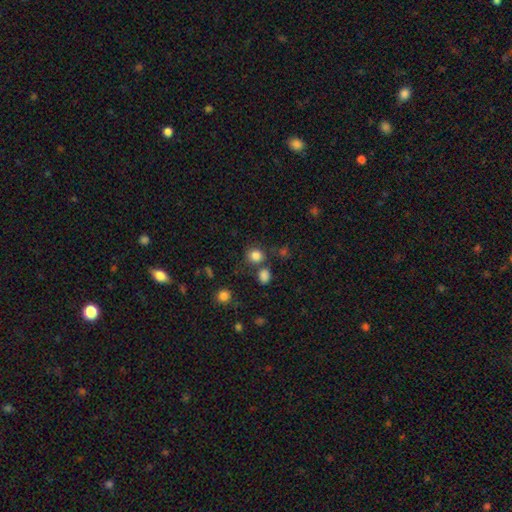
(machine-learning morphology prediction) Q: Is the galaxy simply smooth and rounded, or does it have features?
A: smooth — 82%.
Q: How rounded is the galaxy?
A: round — 80%.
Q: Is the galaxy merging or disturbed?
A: none — 70%.